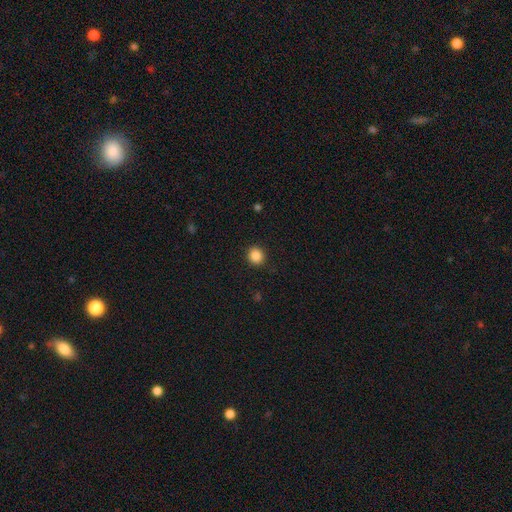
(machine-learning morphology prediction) Smooth or featured: smooth — 87% (star or artifact — 10%)
How rounded: round — 89% (in between — 10%)
Merging: none — 92% (minor disturbance — 5%)